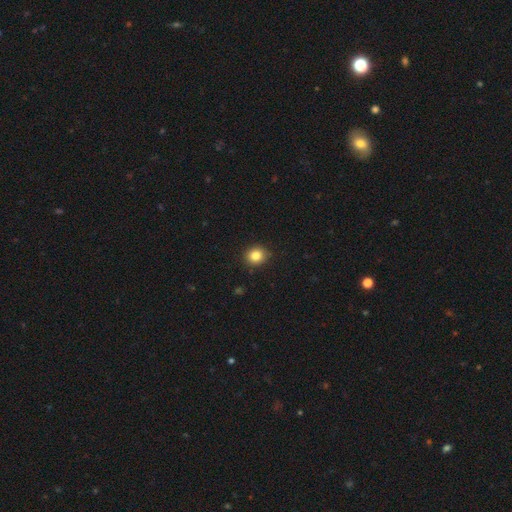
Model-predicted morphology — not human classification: Smooth or featured? smooth (84%)
How rounded? round (82%)
Merging? none (90%)